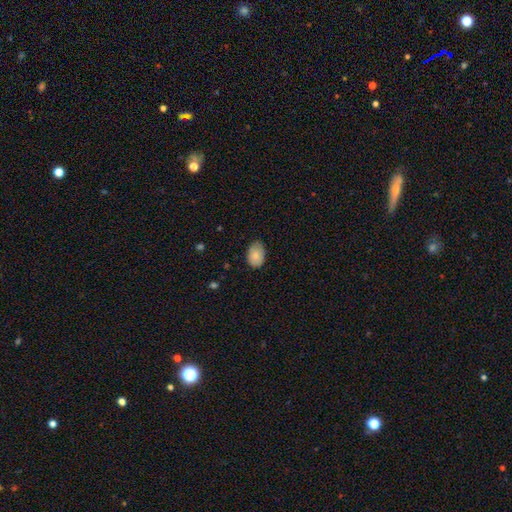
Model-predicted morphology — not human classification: Smooth or featured? smooth (82%)
How rounded? in between (84%)
Merging? none (74%)